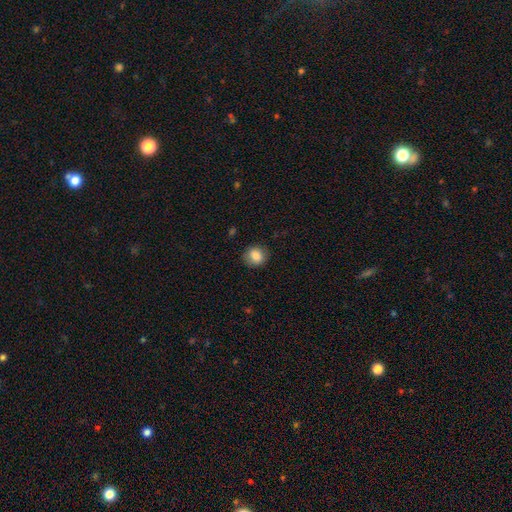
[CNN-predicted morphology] Overall: smooth (85%). How rounded: round (75%). Merging: none (83%).